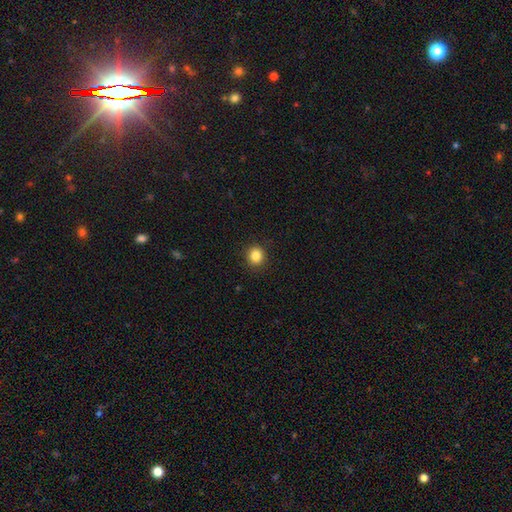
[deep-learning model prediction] Smooth or featured?
  - smooth: 85% *
  - star or artifact: 11%
  - featured or disk: 5%
How rounded?
  - round: 87% *
  - in between: 12%
  - cigar-shaped: 1%
Merging?
  - none: 91% *
  - minor disturbance: 6%
  - major disturbance: 2%
  - merger: 1%